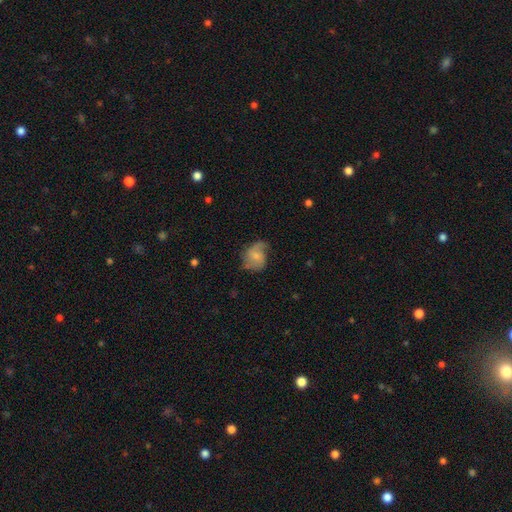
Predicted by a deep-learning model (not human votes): smooth-or-featured: featured or disk: 50% | smooth: 42% | star or artifact: 8%
  disk-edge-on: no: 97% | yes: 3%
  merging: none: 51% | minor disturbance: 30% | major disturbance: 17% | merger: 2%